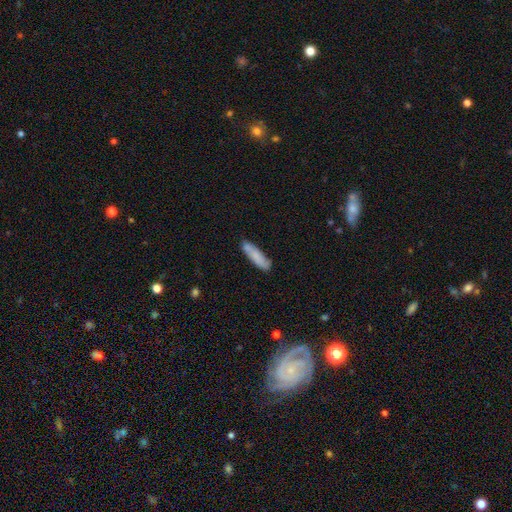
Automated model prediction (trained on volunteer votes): A smooth galaxy with no disk features (77%) that is cigar-shaped (72%).

Vote fractions:
- Smooth or featured? smooth: 77% / featured or disk: 17% / star or artifact: 6%
- How rounded? cigar-shaped: 72% / in between: 26% / round: 2%
- Merging? none: 73% / minor disturbance: 18% / merger: 5% / major disturbance: 4%